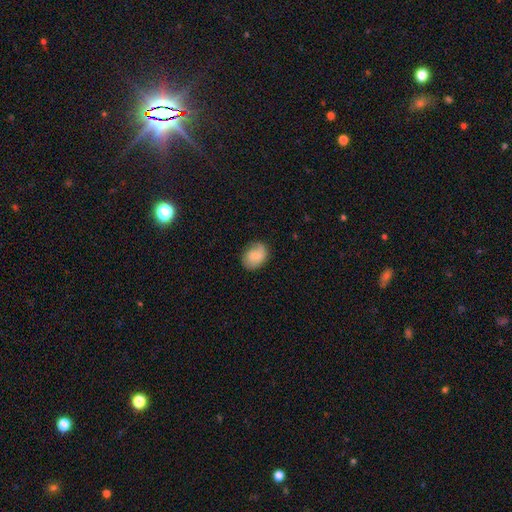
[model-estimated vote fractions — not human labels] Smooth or featured?
  - smooth: 69% *
  - featured or disk: 23%
  - star or artifact: 8%
How rounded?
  - in between: 64% *
  - round: 35%
  - cigar-shaped: 1%
Merging?
  - none: 75% *
  - minor disturbance: 19%
  - major disturbance: 5%
  - merger: 1%